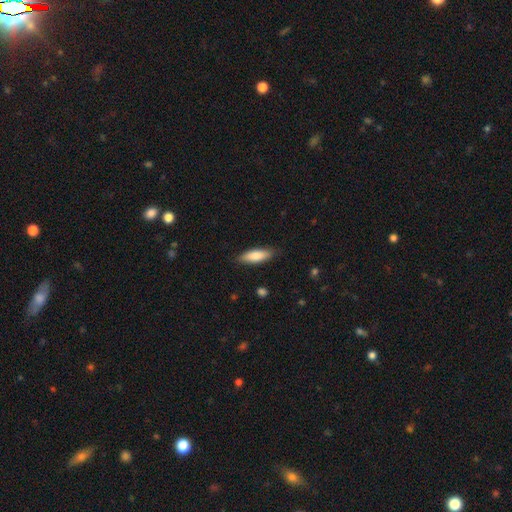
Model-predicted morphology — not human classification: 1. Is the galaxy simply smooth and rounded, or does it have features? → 80% smooth, 15% featured or disk, 6% star or artifact.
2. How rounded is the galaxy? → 52% in between, 47% cigar-shaped, 2% round.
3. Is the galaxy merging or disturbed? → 85% none, 11% minor disturbance, 2% major disturbance, 1% merger.